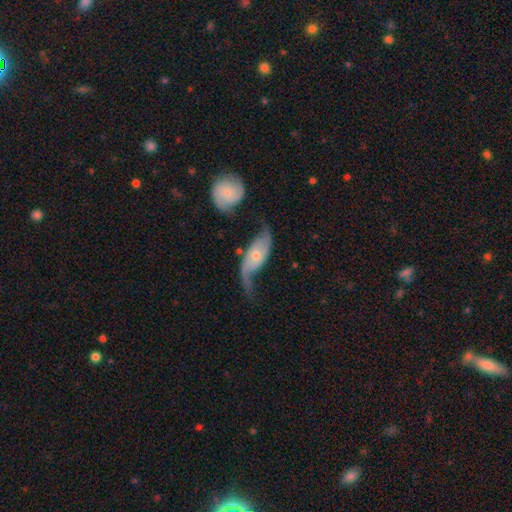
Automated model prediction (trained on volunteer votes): featured or disk 81%, smooth 13%, star or artifact 5%. Down the decision tree: edge-on disk — no (93%); bar — no (65%); spiral arms — yes (93%); spiral arm count — 2 (87%); spiral winding — loose (77%); bulge size — small (56%); merging — none (45%).